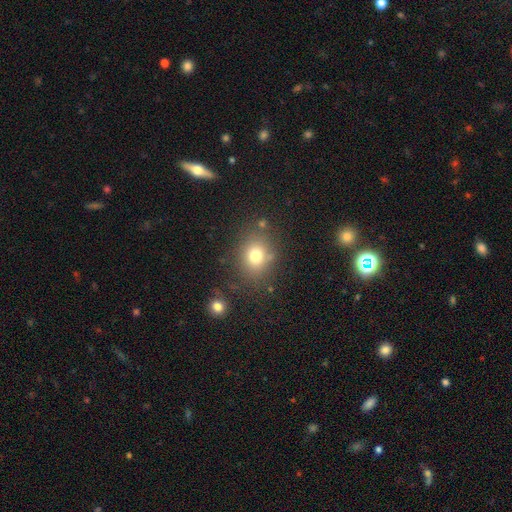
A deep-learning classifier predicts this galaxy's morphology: Overall: smooth (75%). How rounded: round (58%; in between 41%). Merging: none (77%).